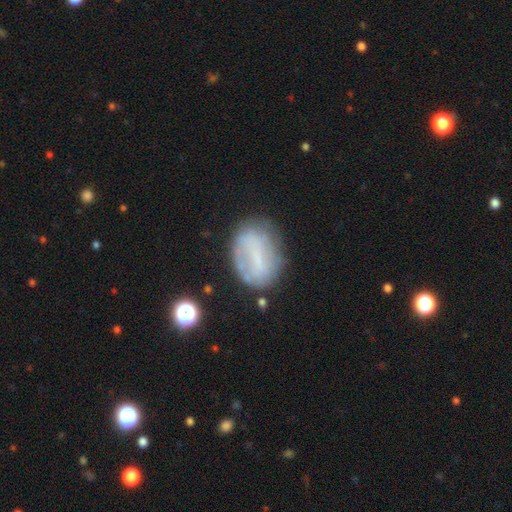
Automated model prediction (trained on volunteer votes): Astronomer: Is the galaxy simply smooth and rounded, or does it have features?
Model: smooth — 48% (runner-up: featured or disk, 40%).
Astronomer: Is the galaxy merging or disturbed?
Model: none — 60%.